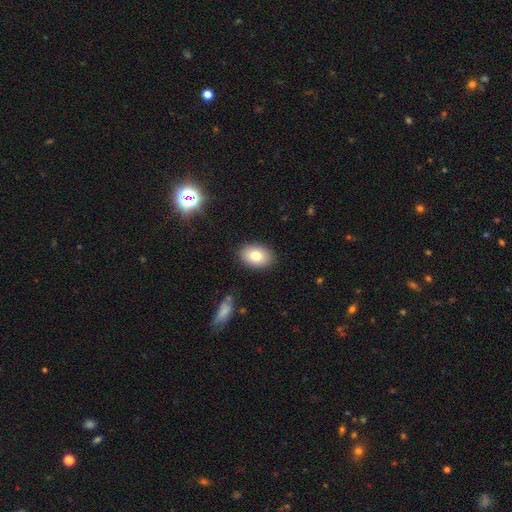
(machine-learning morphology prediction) Smooth or featured?
  - smooth: 81% *
  - featured or disk: 11%
  - star or artifact: 8%
How rounded?
  - in between: 84% *
  - round: 15%
  - cigar-shaped: 1%
Merging?
  - none: 88% *
  - minor disturbance: 9%
  - major disturbance: 2%
  - merger: 1%